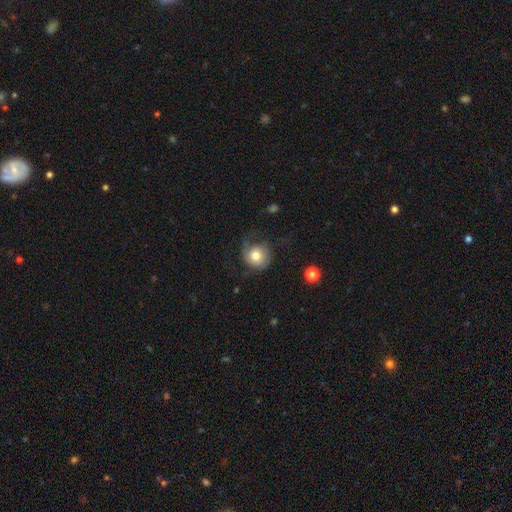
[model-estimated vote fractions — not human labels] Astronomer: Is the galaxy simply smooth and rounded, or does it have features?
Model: smooth — 59%.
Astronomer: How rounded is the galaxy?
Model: round — 86%.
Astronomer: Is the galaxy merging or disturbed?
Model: none — 46% (runner-up: major disturbance, 29%).